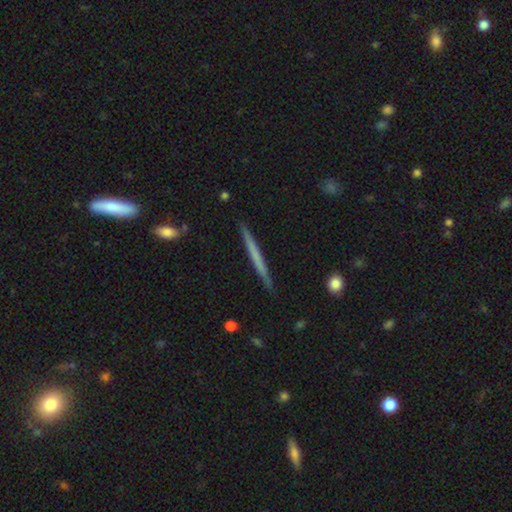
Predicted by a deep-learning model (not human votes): Smooth or featured: smooth — 48% (featured or disk — 47%)
Merging: none — 91% (minor disturbance — 7%)